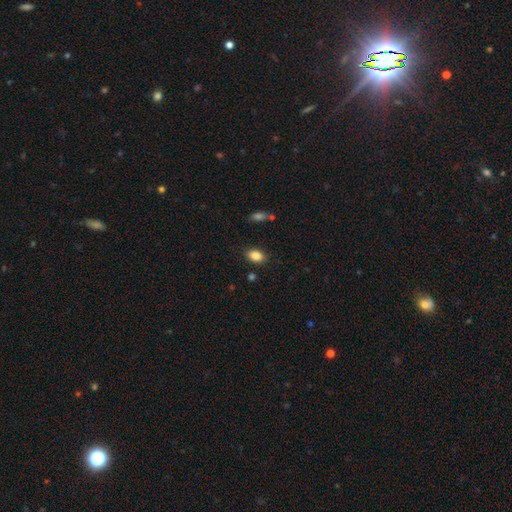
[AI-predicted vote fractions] Smooth or featured? smooth (86%)
How rounded? in between (86%)
Merging? none (84%)